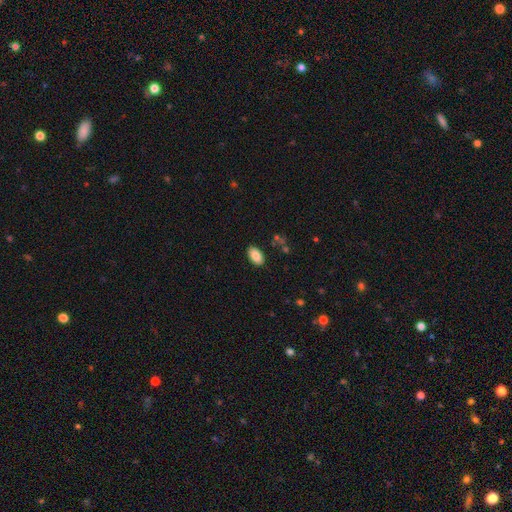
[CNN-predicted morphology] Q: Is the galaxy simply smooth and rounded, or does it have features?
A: smooth — 87%.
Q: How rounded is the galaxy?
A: in between — 94%.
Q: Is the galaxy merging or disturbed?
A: none — 88%.